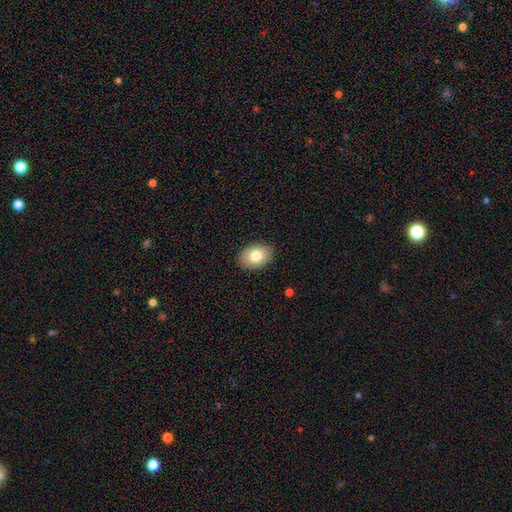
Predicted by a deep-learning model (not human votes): A smooth galaxy with no disk features (80%) that is in between round and cigar-shaped (76%).

Vote fractions:
- Smooth or featured? smooth: 80% / featured or disk: 12% / star or artifact: 8%
- How rounded? in between: 76% / round: 23% / cigar-shaped: 1%
- Merging? none: 88% / minor disturbance: 9% / major disturbance: 2% / merger: 1%